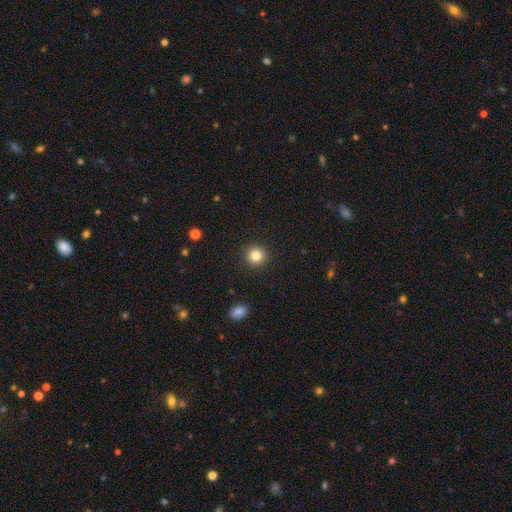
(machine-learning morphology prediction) smooth 83%, star or artifact 11%, featured or disk 6%. Down the decision tree: how rounded — round (94%); merging — none (93%).